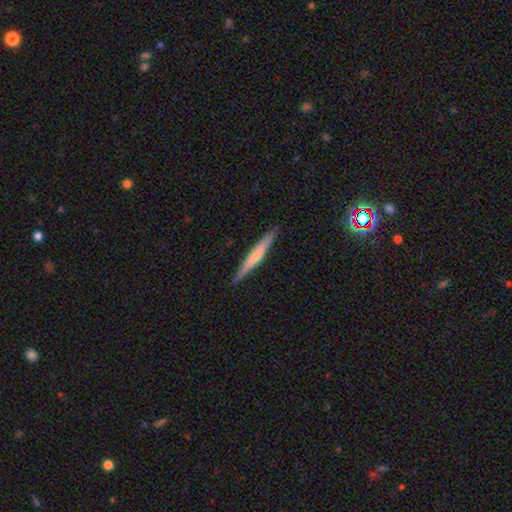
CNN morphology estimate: type=smooth (54%); roundness=cigar-shaped (96%); merging=none (89%).